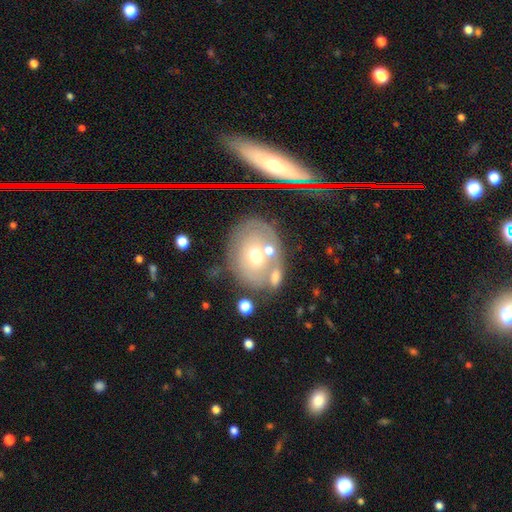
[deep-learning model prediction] smooth_or_featured: smooth (p=0.46) [alt: featured or disk p=0.40]
merging: none (p=0.57) [alt: merger p=0.18]